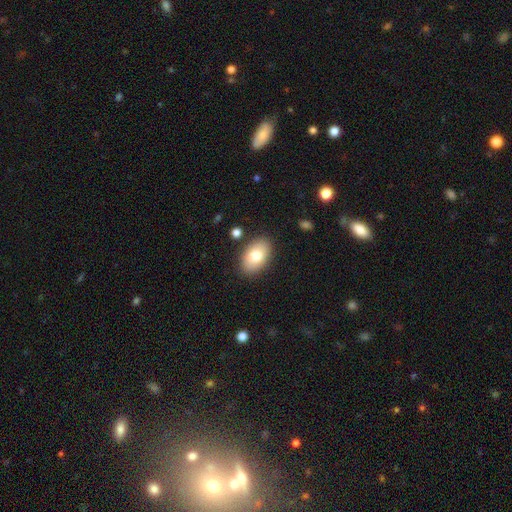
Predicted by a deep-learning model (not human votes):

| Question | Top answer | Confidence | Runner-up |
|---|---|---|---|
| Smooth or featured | smooth | 79% | featured or disk (14%) |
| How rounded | in between | 91% | round (7%) |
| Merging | none | 86% | minor disturbance (10%) |